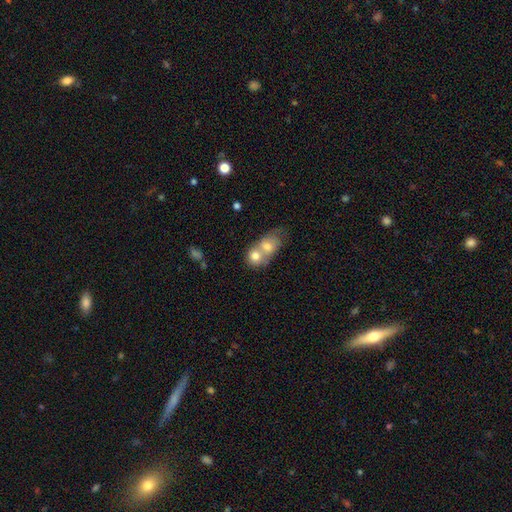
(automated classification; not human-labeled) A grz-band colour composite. It shows a smooth galaxy with no disk features (72%) that is round (52%). Merging: merger (74%).